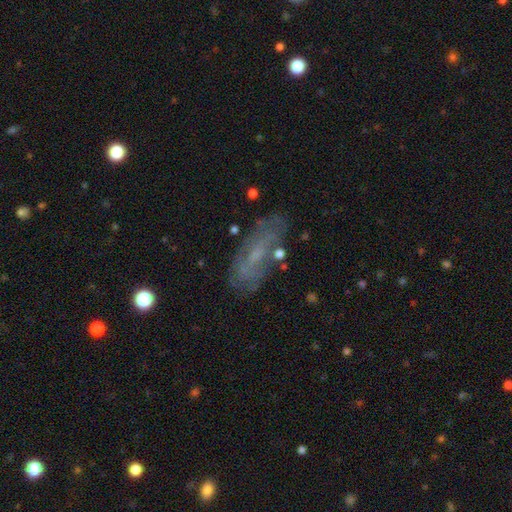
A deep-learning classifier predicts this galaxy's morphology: smooth_or_featured: featured or disk (p=0.54) [alt: smooth p=0.34]
disk_edge_on: no (p=0.77) [alt: yes p=0.23]
merging: none (p=0.70) [alt: minor disturbance p=0.18]